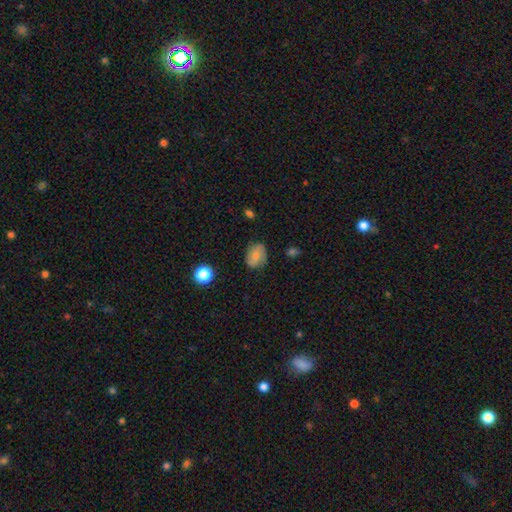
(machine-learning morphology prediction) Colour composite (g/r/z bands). It shows a smooth galaxy with no disk features (58%) that is in between round and cigar-shaped (55%). Merging: none (73%).